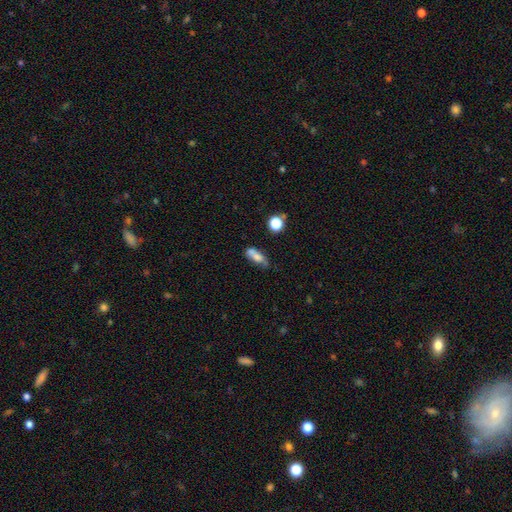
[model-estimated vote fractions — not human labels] Smooth or featured?
  - smooth: 66% *
  - featured or disk: 23%
  - star or artifact: 12%
How rounded?
  - in between: 66% *
  - cigar-shaped: 25%
  - round: 10%
Merging?
  - none: 39% *
  - merger: 27%
  - minor disturbance: 23%
  - major disturbance: 12%